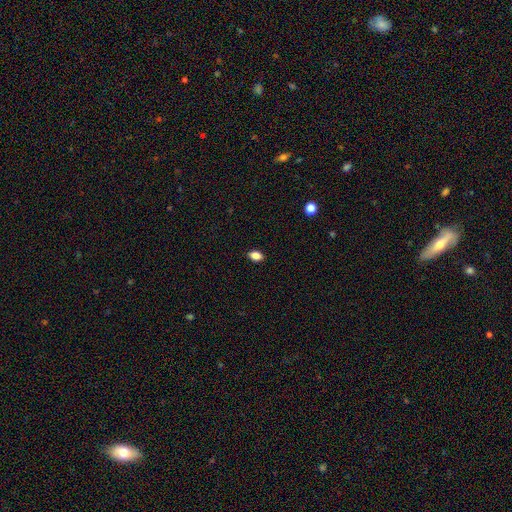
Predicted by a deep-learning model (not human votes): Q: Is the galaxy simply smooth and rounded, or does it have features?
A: smooth — 86%.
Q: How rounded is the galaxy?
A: in between — 84%.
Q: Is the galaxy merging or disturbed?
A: none — 88%.